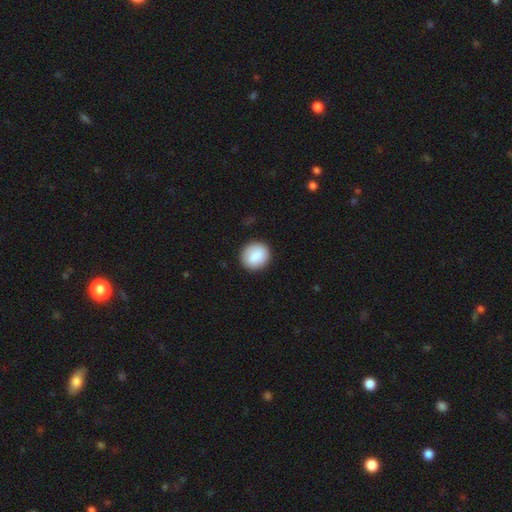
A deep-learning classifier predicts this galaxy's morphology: Smooth or featured: smooth — 87% (star or artifact — 7%)
How rounded: round — 81% (in between — 18%)
Merging: none — 88% (minor disturbance — 8%)